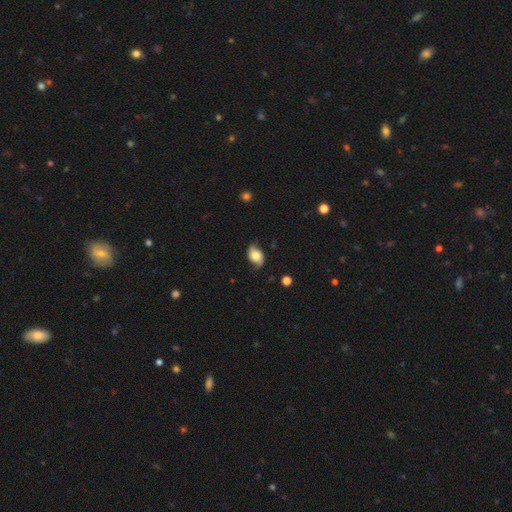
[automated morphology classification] This is possibly a featured or disk galaxy (47%). Merging: likely none (67%).